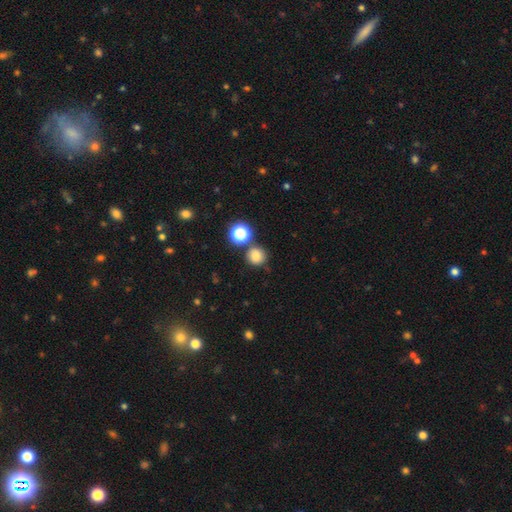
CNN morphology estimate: Smooth or featured? smooth (79%)
How rounded? round (92%)
Merging? none (76%)